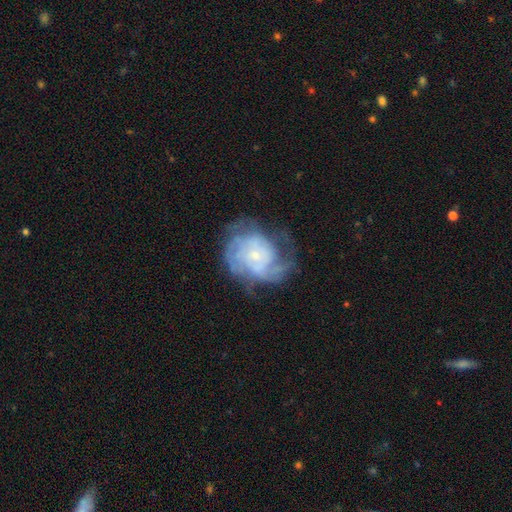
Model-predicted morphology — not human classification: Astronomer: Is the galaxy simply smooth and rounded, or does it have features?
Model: featured or disk — 79%.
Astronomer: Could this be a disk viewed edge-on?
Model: no — 98%.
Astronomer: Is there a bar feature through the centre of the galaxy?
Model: no — 75%.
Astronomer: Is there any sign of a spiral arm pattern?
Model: yes — 89%.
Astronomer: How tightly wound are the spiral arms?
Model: tight — 55% (runner-up: medium, 33%).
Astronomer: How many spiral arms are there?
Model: can't tell — 41% (runner-up: 3, 18%).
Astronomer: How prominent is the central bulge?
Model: small — 75%.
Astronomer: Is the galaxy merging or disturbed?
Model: none — 56%.